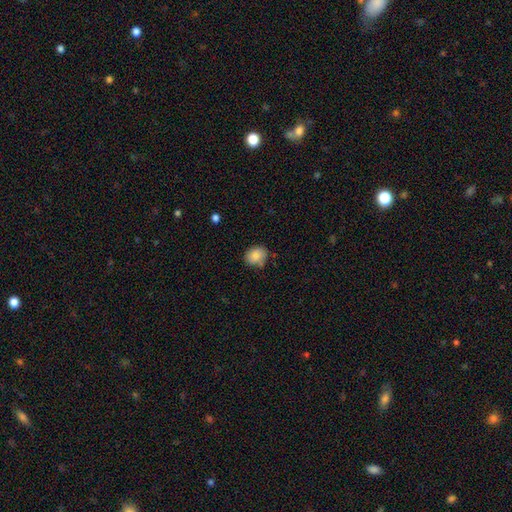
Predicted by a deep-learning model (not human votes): The model was most divided on "how rounded": round: 55%, in between: 44%, cigar-shaped: 1%. More confident: smooth or featured — smooth (84%); merging — none (71%).